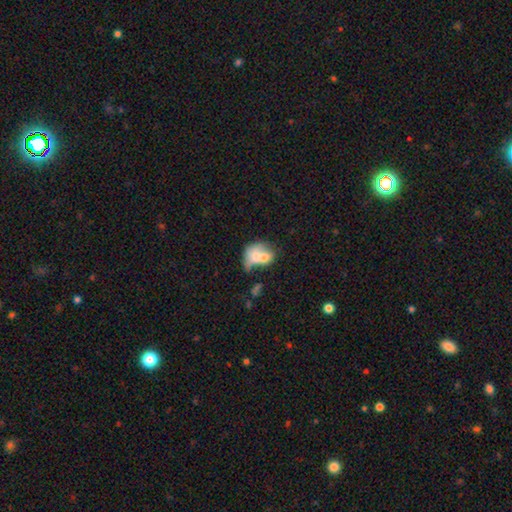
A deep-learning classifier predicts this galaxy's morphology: Smooth or featured? smooth (66%)
How rounded? in between (62%)
Merging? merger (66%)